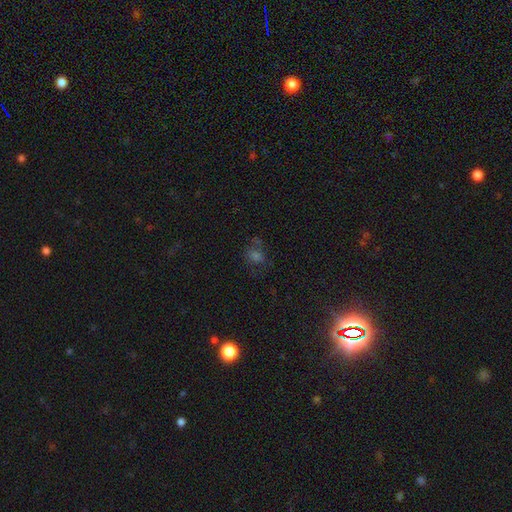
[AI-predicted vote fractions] This is marginally a star or artifact rather than a galaxy (44%).